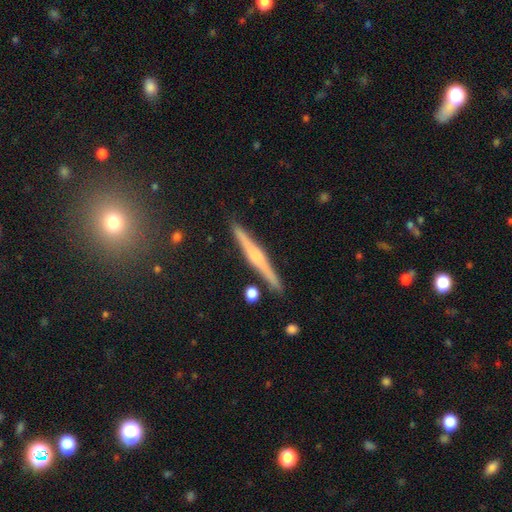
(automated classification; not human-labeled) smooth_or_featured: featured or disk (p=0.70) [alt: smooth p=0.23]
disk_edge_on: yes (p=0.98) [alt: no p=0.02]
edge_on_bulge: rounded (p=0.68) [alt: none p=0.17]
merging: none (p=0.90) [alt: minor disturbance p=0.07]